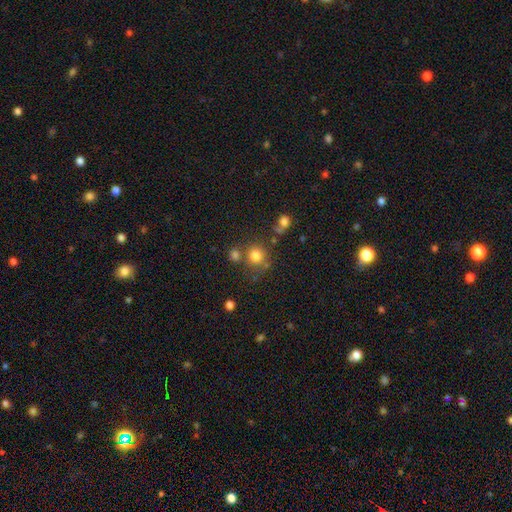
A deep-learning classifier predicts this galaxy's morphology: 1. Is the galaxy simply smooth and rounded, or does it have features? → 79% smooth, 14% star or artifact, 7% featured or disk.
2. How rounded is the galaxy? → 90% round, 9% in between, 1% cigar-shaped.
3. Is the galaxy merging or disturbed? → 67% none, 17% merger, 11% minor disturbance, 5% major disturbance.